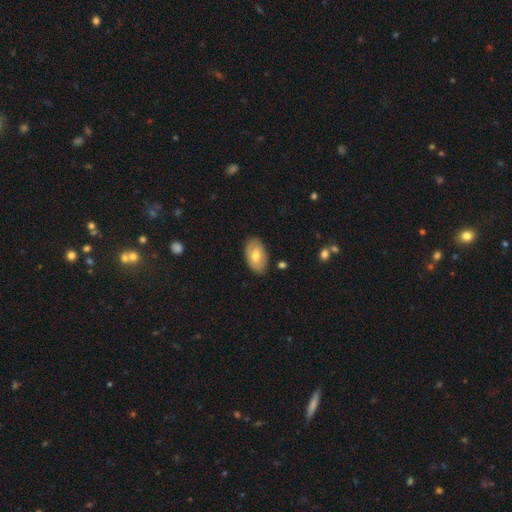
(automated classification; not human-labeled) This appears to be a smooth galaxy with no disk features (64%) that is in between round and cigar-shaped (93%). Merging: none (84%).